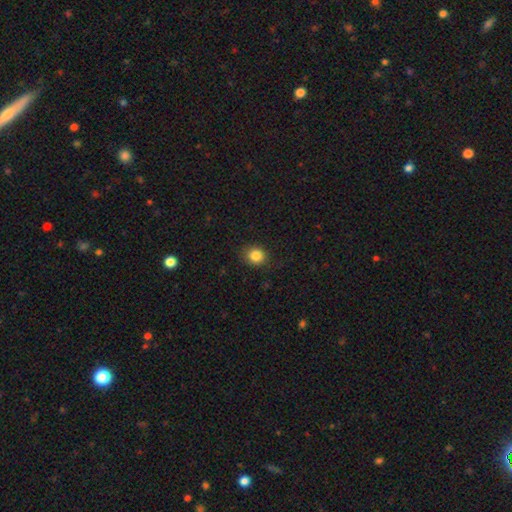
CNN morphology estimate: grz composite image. It shows a smooth galaxy with no disk features (84%) that is round (80%). Merging: none (88%).